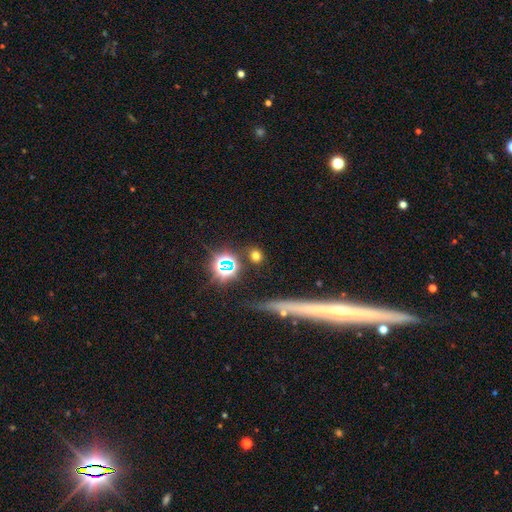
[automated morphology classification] This is likely a smooth galaxy (66%). How rounded: likely round (71%). Merging: clearly none (84%).